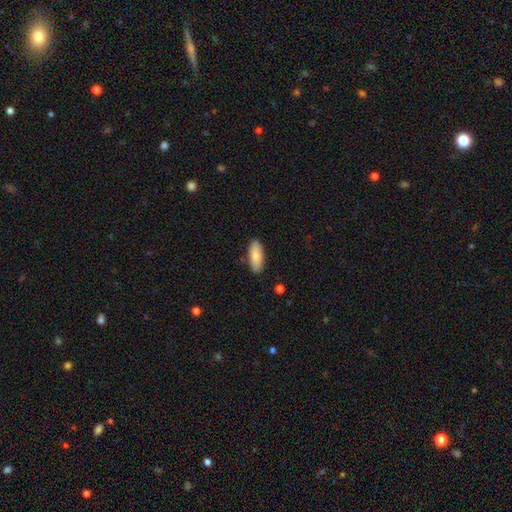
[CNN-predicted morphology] This is clearly a smooth galaxy (83%). How rounded: likely in between (79%). Merging: clearly none (86%).